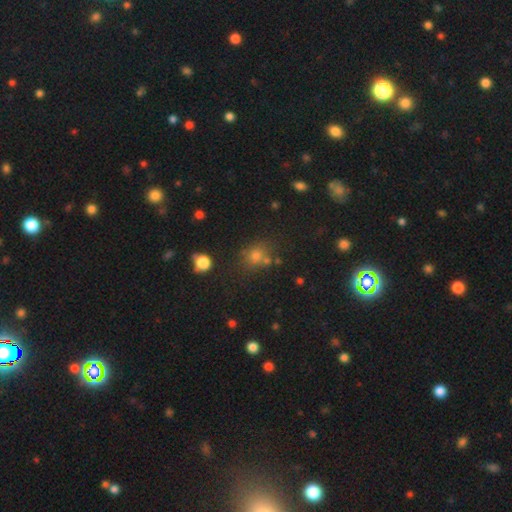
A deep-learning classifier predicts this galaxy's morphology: Smooth or featured? smooth (64%)
How rounded? round (79%)
Merging? none (69%)